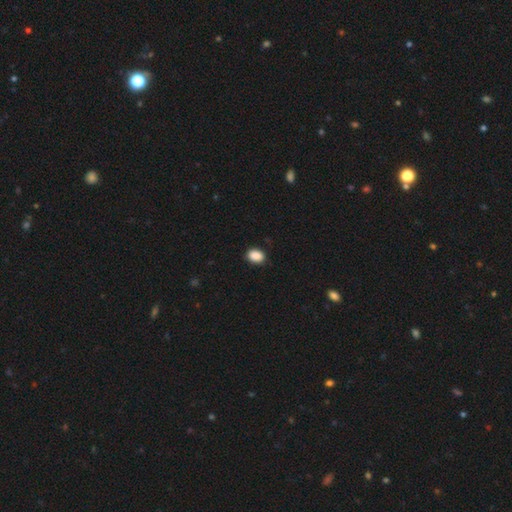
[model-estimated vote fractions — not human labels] smooth_or_featured: smooth (p=0.89) [alt: star or artifact p=0.08]
how_rounded: in between (p=0.74) [alt: round p=0.25]
merging: none (p=0.87) [alt: minor disturbance p=0.10]